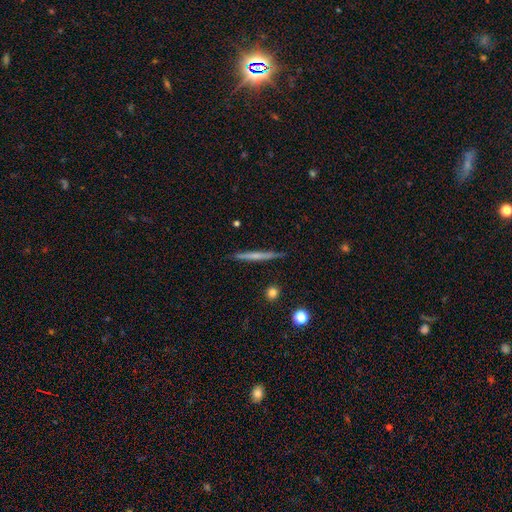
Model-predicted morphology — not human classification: This appears to be a featured or disk galaxy (48%). Merging: none (89%).